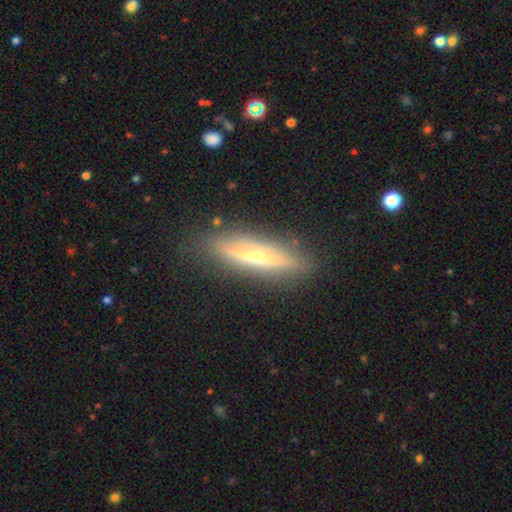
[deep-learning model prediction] This appears to be a featured or disk galaxy (67%) viewed edge-on (93%) with a rounded central bulge (77%). Merging: none (86%).